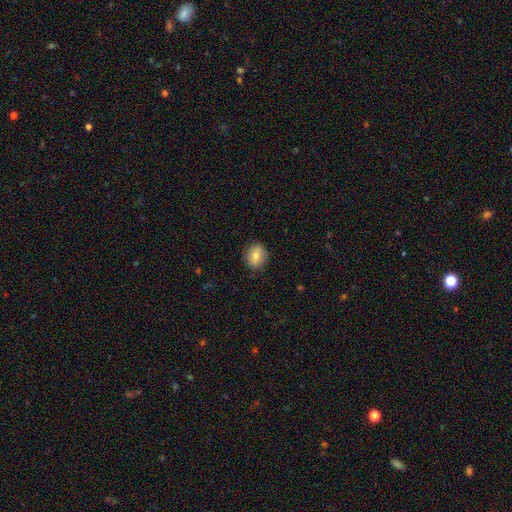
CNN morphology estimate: Smooth or featured? smooth (71%)
How rounded? round (64%)
Merging? none (87%)